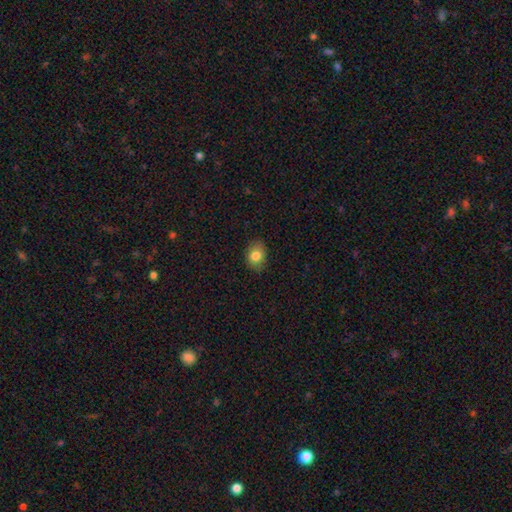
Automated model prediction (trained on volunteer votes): A smooth galaxy with no disk features (81%) that is in between round and cigar-shaped (61%). Merging: none (84%).